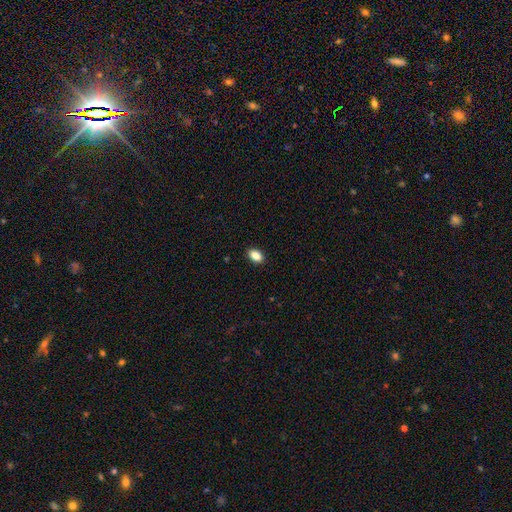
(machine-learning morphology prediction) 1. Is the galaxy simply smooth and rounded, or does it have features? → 87% smooth, 9% star or artifact, 5% featured or disk.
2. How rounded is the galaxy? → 88% in between, 10% round, 2% cigar-shaped.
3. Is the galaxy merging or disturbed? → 90% none, 7% minor disturbance, 2% major disturbance, 1% merger.